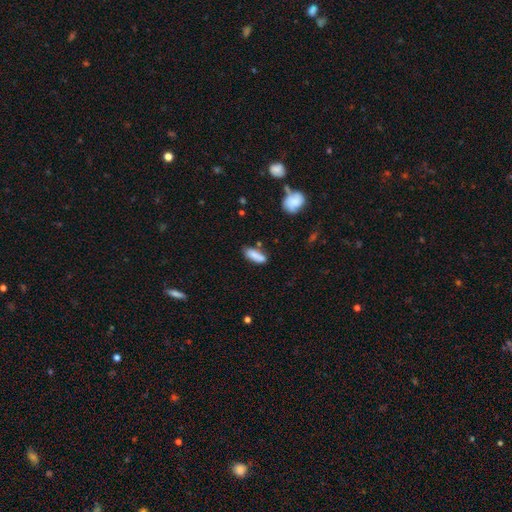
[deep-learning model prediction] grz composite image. It shows a smooth galaxy with no disk features (84%) that is in between round and cigar-shaped (59%). Merging: none (70%).